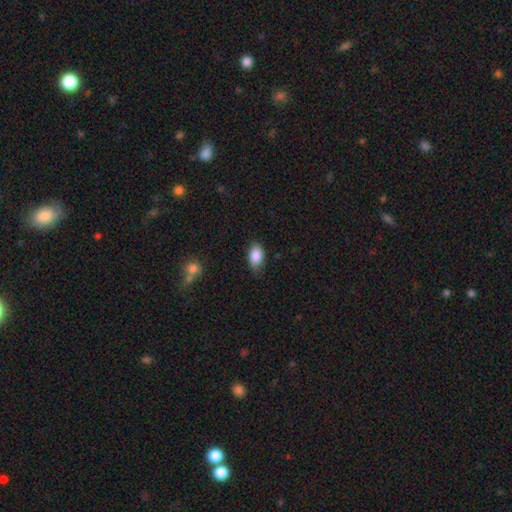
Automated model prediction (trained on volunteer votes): A smooth galaxy with no disk features (88%) that is in between round and cigar-shaped (88%). Merging: none (78%).